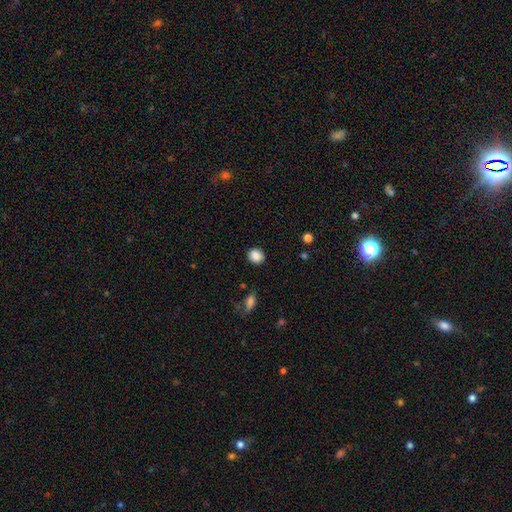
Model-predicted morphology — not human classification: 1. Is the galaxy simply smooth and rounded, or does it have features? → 88% smooth, 9% star or artifact, 4% featured or disk.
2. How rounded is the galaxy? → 74% round, 25% in between, 1% cigar-shaped.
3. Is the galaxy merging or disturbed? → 88% none, 8% minor disturbance, 3% major disturbance, 1% merger.